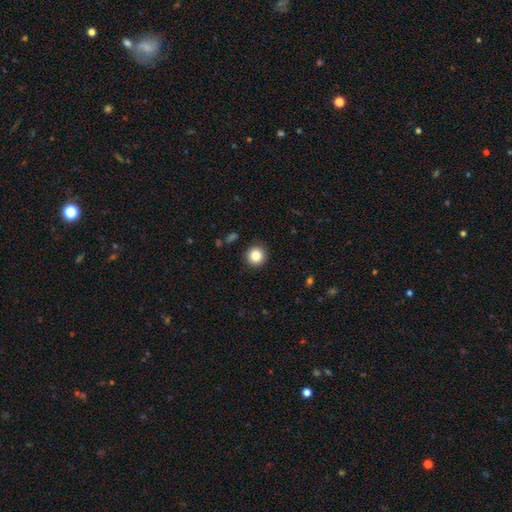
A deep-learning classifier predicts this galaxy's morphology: Overall: smooth (85%). How rounded: round (94%). Merging: none (91%).